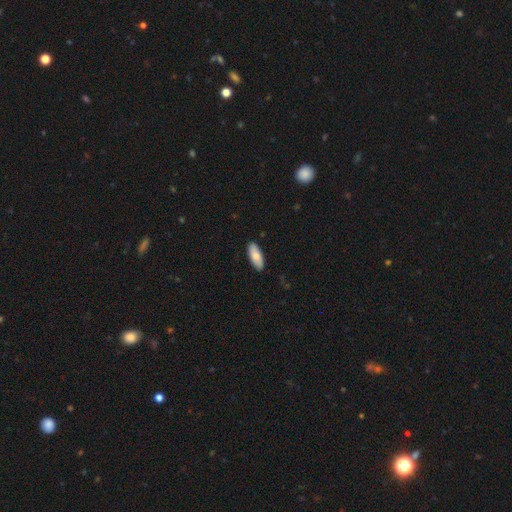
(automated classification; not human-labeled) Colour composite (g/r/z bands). It shows a smooth galaxy with no disk features (81%) that is in between round and cigar-shaped (78%). Merging: none (88%).